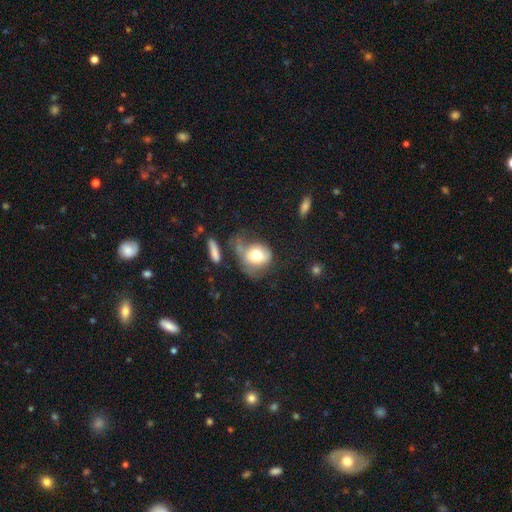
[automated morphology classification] type=smooth (68%); roundness=round (55%); merging=major disturbance (31%).